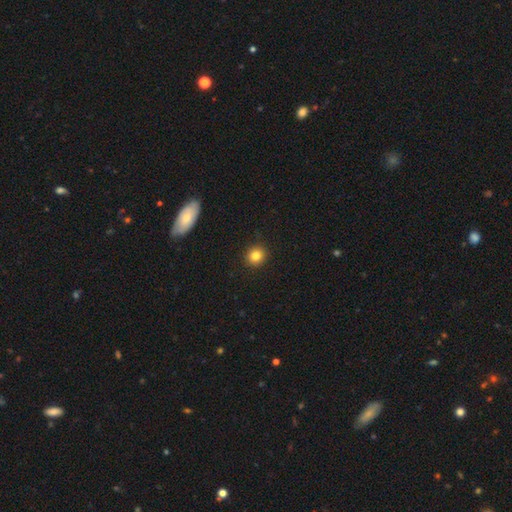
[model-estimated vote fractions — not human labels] Smooth or featured? Predicted: smooth (p=0.83). How rounded? Predicted: round (p=0.88). Merging? Predicted: none (p=0.92).